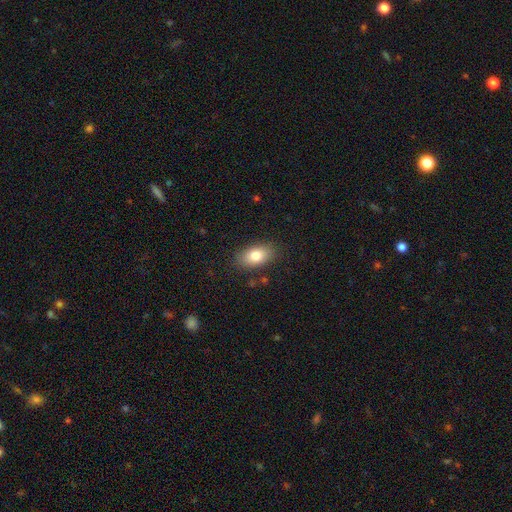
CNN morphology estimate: Smooth or featured? smooth (79%)
How rounded? in between (90%)
Merging? none (85%)